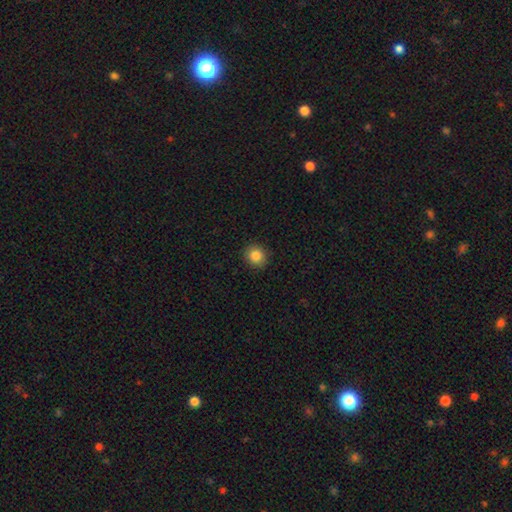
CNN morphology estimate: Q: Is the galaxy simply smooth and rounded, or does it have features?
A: smooth — 85%.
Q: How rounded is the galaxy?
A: round — 86%.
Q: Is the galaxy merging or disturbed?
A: none — 91%.